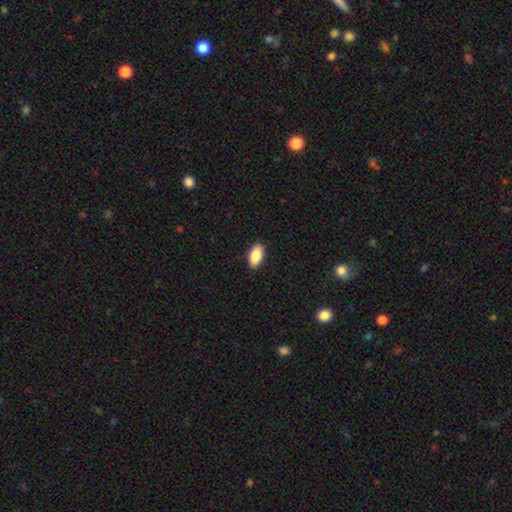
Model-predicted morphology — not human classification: This appears to be a smooth galaxy with no disk features (84%) that is in between round and cigar-shaped (92%). Merging: none (90%).